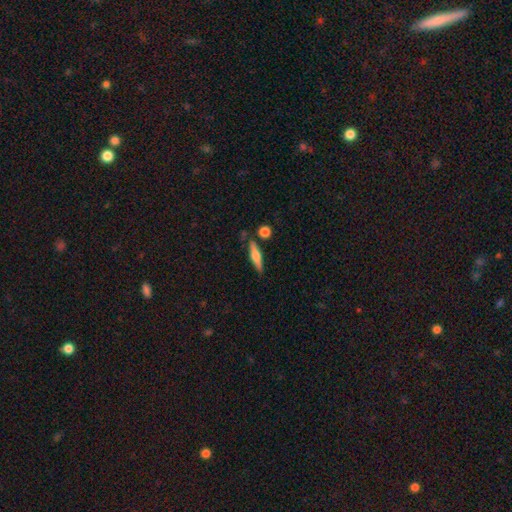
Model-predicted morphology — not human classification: Smooth or featured: featured or disk — 52% (smooth — 41%)
Edge-on disk: yes — 96% (no — 4%)
Merging: none — 81% (minor disturbance — 11%)